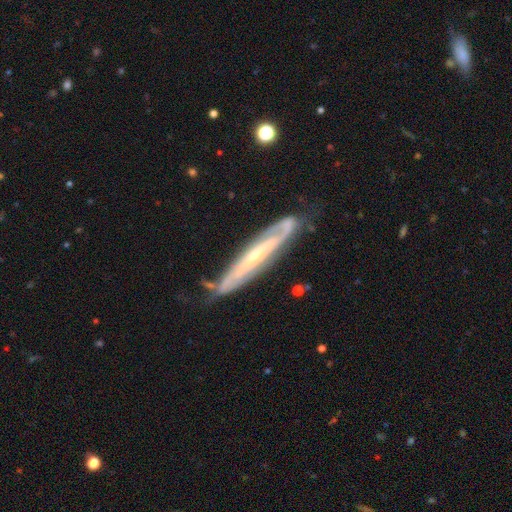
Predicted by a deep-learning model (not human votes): A featured or disk galaxy (81%). Merging: none (66%).